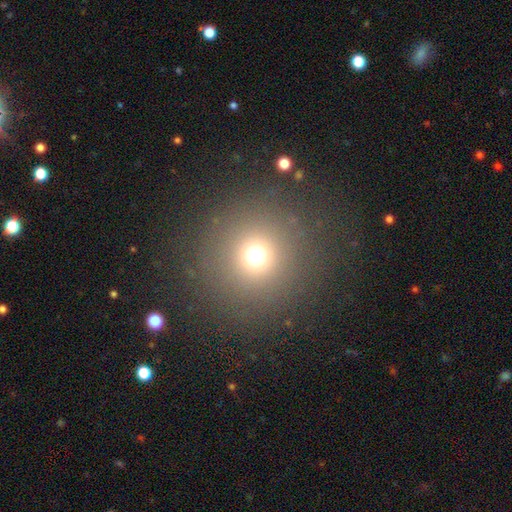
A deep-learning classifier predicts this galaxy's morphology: The model was most divided on "smooth or featured": smooth: 67%, star or artifact: 25%, featured or disk: 7%. More confident: how rounded — round (94%); merging — none (86%).